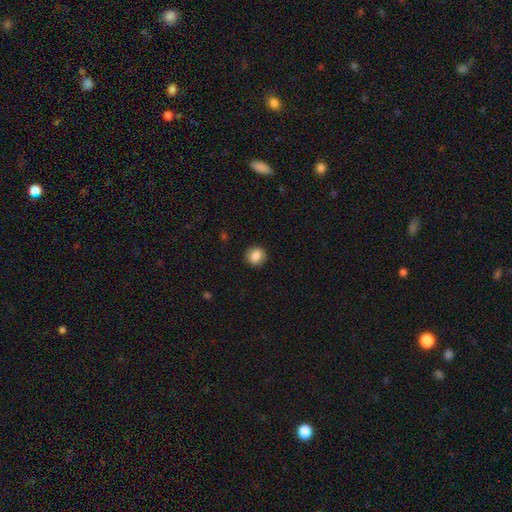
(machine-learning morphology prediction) Smooth or featured?
  - smooth: 85% *
  - star or artifact: 9%
  - featured or disk: 6%
How rounded?
  - round: 85% *
  - in between: 14%
  - cigar-shaped: 1%
Merging?
  - none: 90% *
  - minor disturbance: 7%
  - major disturbance: 2%
  - merger: 1%